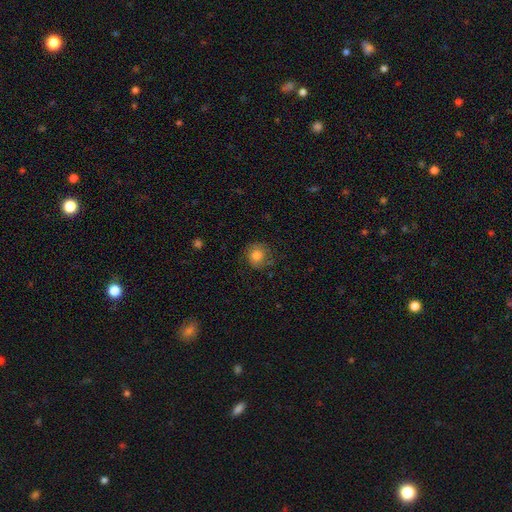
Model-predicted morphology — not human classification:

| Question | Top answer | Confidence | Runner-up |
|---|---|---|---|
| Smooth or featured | smooth | 75% | featured or disk (15%) |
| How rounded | round | 89% | in between (10%) |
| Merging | none | 74% | minor disturbance (18%) |